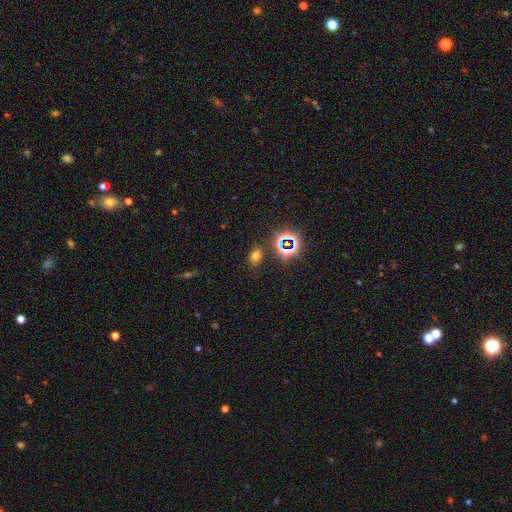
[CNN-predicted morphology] Smooth or featured? Predicted: smooth (p=0.62). How rounded? Predicted: in between (p=0.61). Merging? Predicted: none (p=0.83).